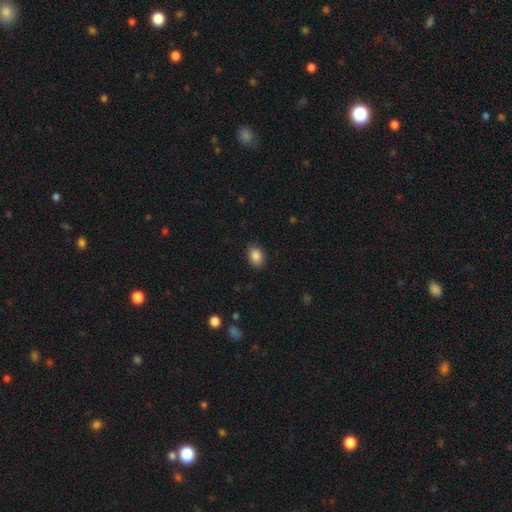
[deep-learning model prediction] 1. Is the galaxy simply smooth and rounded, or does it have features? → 87% smooth, 8% star or artifact, 5% featured or disk.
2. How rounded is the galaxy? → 81% in between, 18% round, 1% cigar-shaped.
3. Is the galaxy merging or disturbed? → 86% none, 11% minor disturbance, 2% major disturbance, 1% merger.